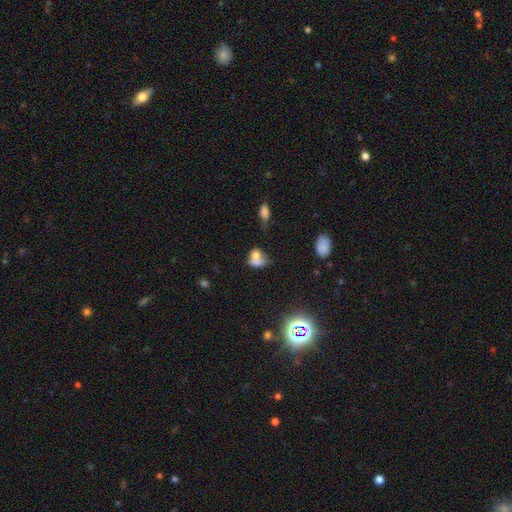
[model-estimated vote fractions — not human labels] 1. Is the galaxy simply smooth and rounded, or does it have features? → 65% smooth, 21% featured or disk, 15% star or artifact.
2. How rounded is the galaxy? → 59% in between, 39% round, 2% cigar-shaped.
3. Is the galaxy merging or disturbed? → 51% merger, 22% none, 14% minor disturbance, 13% major disturbance.